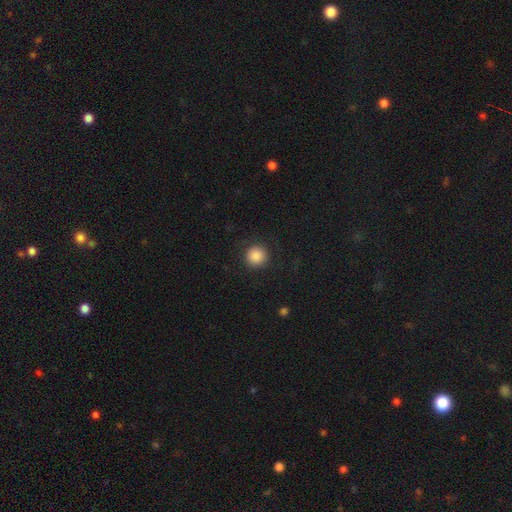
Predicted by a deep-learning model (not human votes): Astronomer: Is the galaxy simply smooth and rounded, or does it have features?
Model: smooth — 87%.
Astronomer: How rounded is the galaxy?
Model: round — 95%.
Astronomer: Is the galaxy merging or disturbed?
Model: none — 89%.